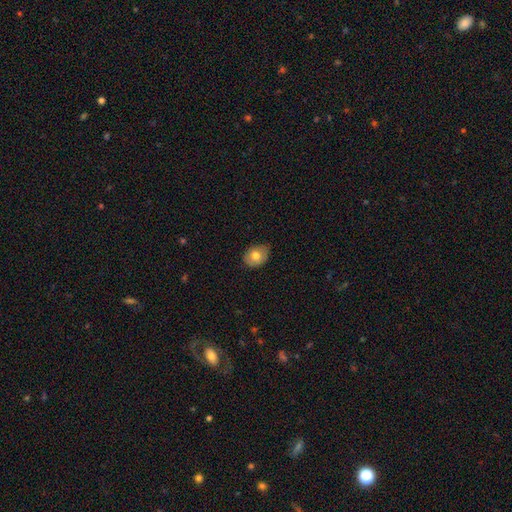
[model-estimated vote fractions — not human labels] The model was most divided on "how rounded": in between: 62%, round: 37%, cigar-shaped: 1%. More confident: merging — none (75%); smooth or featured — smooth (74%).